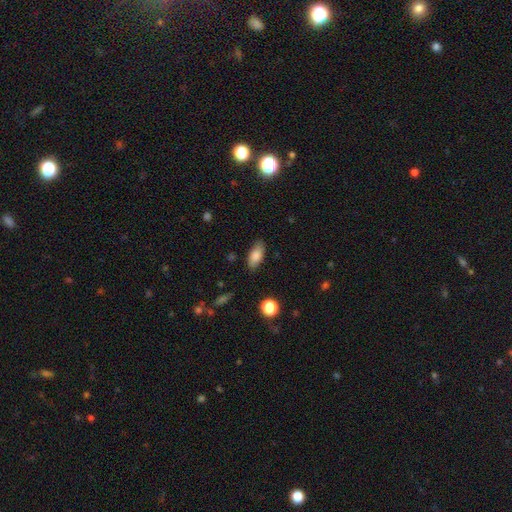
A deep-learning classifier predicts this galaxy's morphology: A smooth galaxy with no disk features (84%) that is in between round and cigar-shaped (88%).

Vote fractions:
- Smooth or featured? smooth: 84% / featured or disk: 9% / star or artifact: 8%
- How rounded? in between: 88% / cigar-shaped: 9% / round: 3%
- Merging? none: 82% / minor disturbance: 14% / major disturbance: 3% / merger: 1%